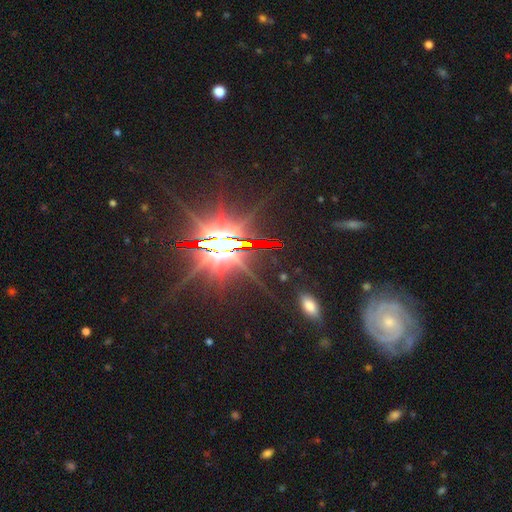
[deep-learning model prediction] Smooth or featured?
  - star or artifact: 72% *
  - featured or disk: 20%
  - smooth: 8%